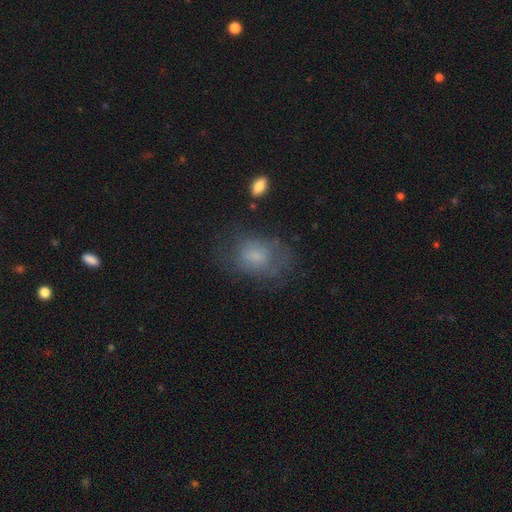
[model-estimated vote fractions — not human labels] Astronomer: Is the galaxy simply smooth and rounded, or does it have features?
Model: smooth — 58%.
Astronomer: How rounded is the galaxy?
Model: in between — 70%.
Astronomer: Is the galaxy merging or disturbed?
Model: none — 51%.